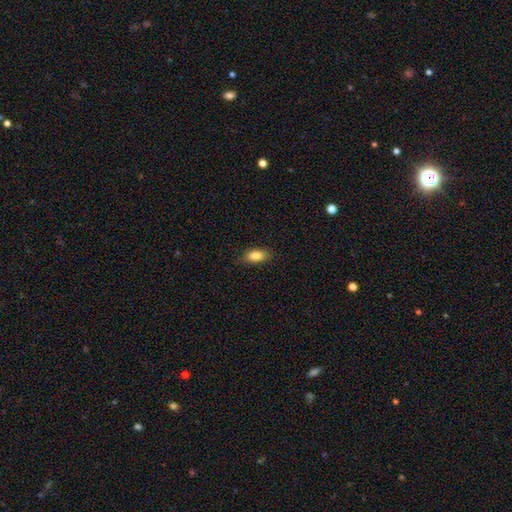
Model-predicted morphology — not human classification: smooth-or-featured: smooth: 84% | featured or disk: 8% | star or artifact: 7%
  how-rounded: in between: 86% | cigar-shaped: 10% | round: 4%
  merging: none: 84% | minor disturbance: 12% | major disturbance: 3% | merger: 1%